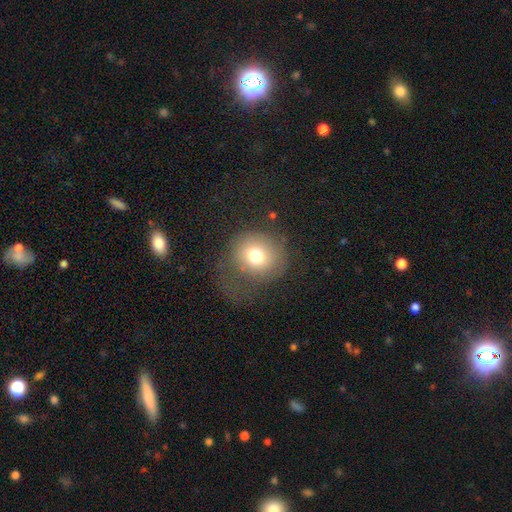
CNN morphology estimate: A smooth galaxy with no disk features (73%) that is round (86%).

Vote fractions:
- Smooth or featured? smooth: 73% / featured or disk: 15% / star or artifact: 12%
- How rounded? round: 86% / in between: 13% / cigar-shaped: 1%
- Merging? none: 51% / major disturbance: 26% / minor disturbance: 21% / merger: 2%